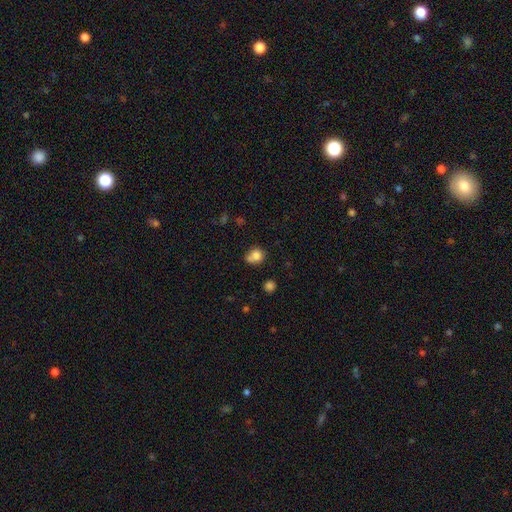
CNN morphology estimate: Smooth or featured: smooth — 80% (star or artifact — 11%)
How rounded: round — 68% (in between — 31%)
Merging: none — 46% (minor disturbance — 24%)